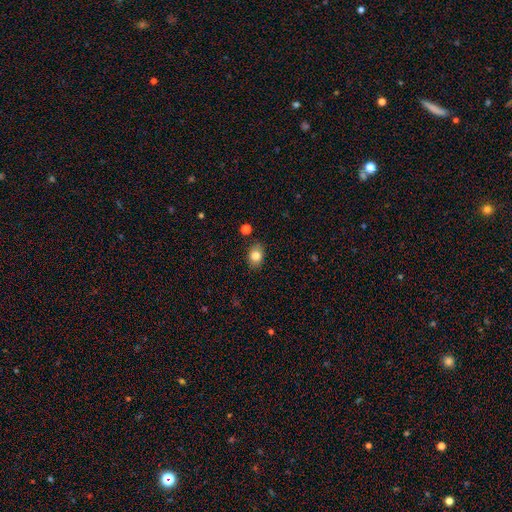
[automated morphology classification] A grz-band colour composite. It shows a smooth galaxy with no disk features (82%) that is in between round and cigar-shaped (68%). Merging: none (83%).